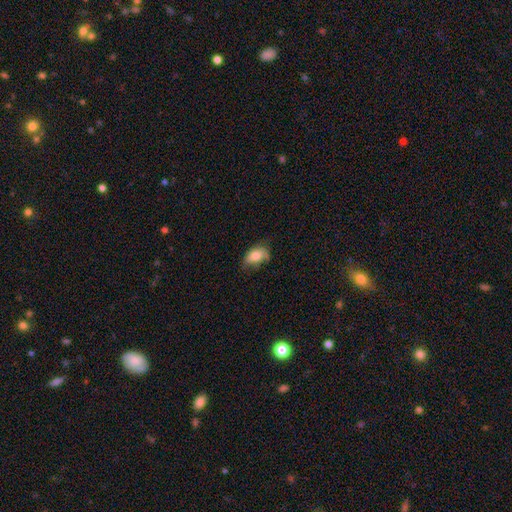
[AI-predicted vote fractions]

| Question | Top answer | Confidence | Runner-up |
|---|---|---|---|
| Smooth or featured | smooth | 77% | featured or disk (15%) |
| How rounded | in between | 90% | round (8%) |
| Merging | none | 44% | minor disturbance (37%) |